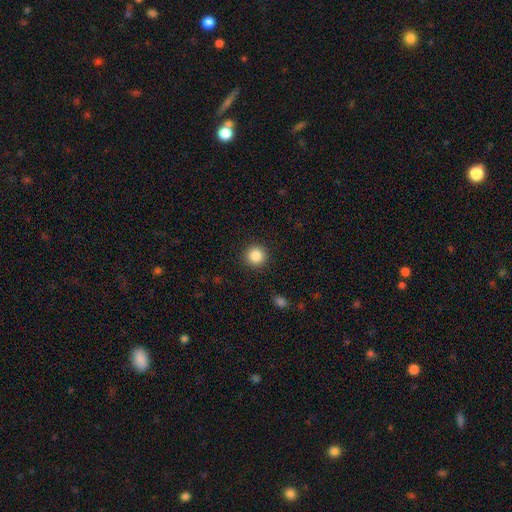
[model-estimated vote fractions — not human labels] Morphology: type=smooth (86%); roundness=round (95%); merging=none (92%).